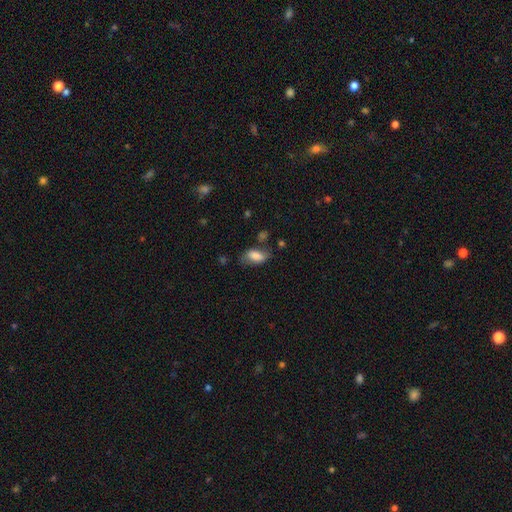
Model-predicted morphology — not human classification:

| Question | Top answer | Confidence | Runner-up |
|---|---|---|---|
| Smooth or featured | smooth | 75% | featured or disk (17%) |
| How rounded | in between | 89% | round (5%) |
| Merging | none | 56% | minor disturbance (27%) |